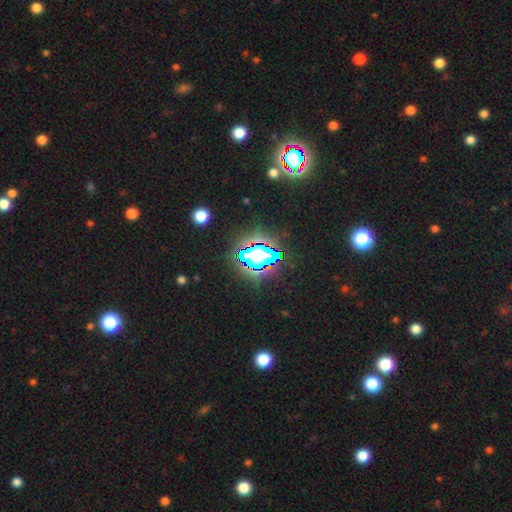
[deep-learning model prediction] Overall: star or artifact (76%).